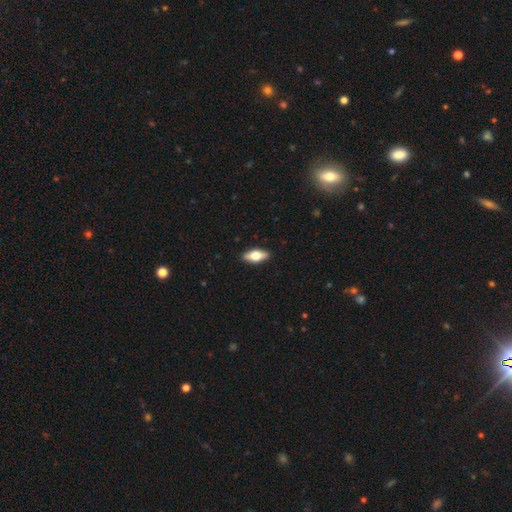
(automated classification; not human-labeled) A smooth galaxy with no disk features (60%) that is in between round and cigar-shaped (80%). Merging: none (90%).